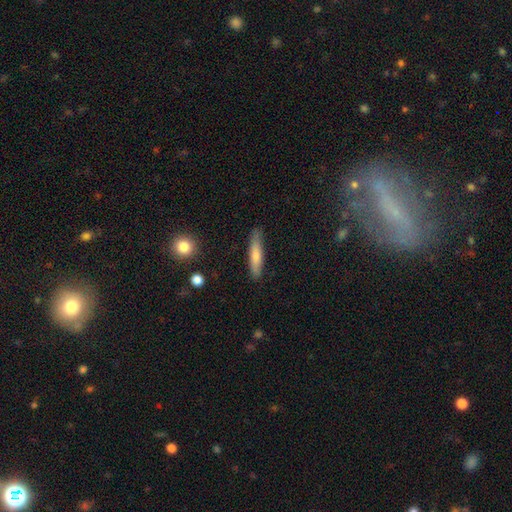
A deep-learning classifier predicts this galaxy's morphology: smooth-or-featured: smooth: 76% | featured or disk: 18% | star or artifact: 6%
  how-rounded: cigar-shaped: 83% | in between: 15% | round: 2%
  merging: none: 83% | minor disturbance: 13% | major disturbance: 2% | merger: 1%